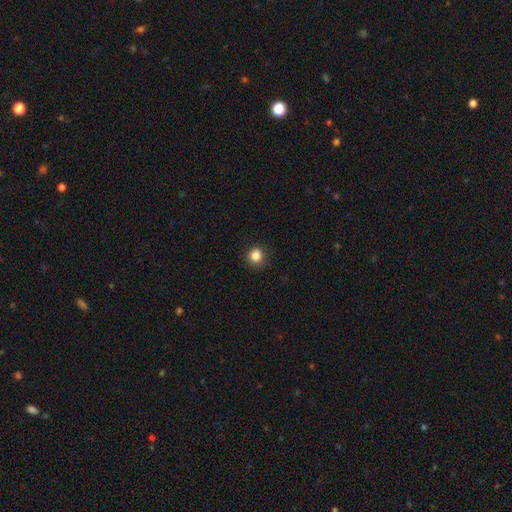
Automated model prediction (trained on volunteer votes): The model was most divided on "smooth or featured": smooth: 85%, star or artifact: 11%, featured or disk: 4%. More confident: how rounded — round (89%); merging — none (87%).